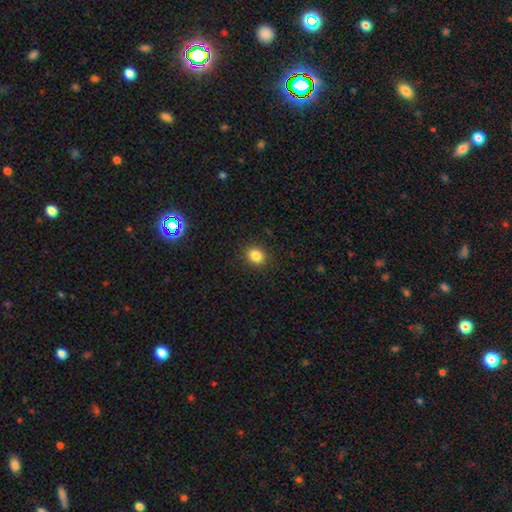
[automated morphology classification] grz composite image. It shows a smooth galaxy with no disk features (84%) that is round (72%). Merging: none (89%).